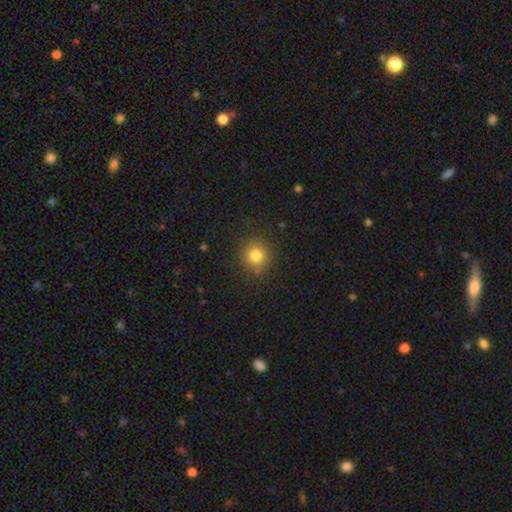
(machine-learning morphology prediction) This appears to be a smooth galaxy with no disk features (80%) that is round (92%). Merging: none (87%).